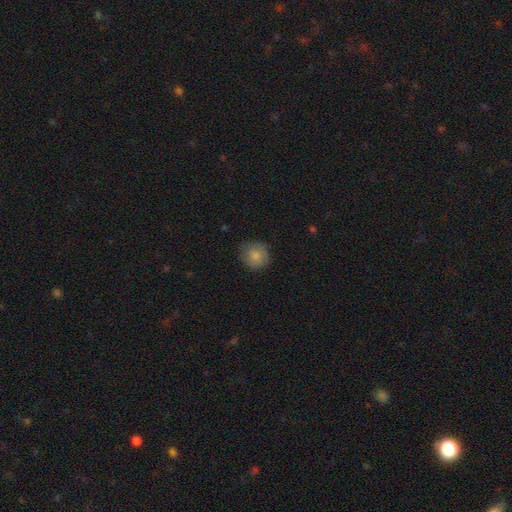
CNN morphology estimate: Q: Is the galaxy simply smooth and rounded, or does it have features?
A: smooth — 84%.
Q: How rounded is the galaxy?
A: round — 87%.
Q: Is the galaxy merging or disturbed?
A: none — 78%.